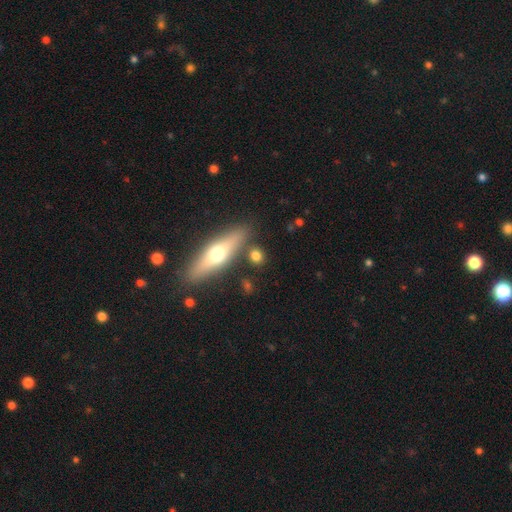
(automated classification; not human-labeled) The model was most divided on "how rounded": round: 50%, in between: 32%, cigar-shaped: 18%. More confident: merging — none (77%); smooth or featured — smooth (72%).